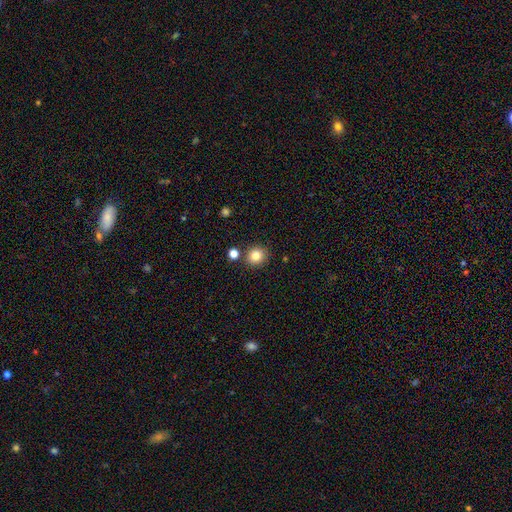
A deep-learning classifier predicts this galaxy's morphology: This is clearly a smooth galaxy (83%). How rounded: clearly round (86%). Merging: clearly none (85%).